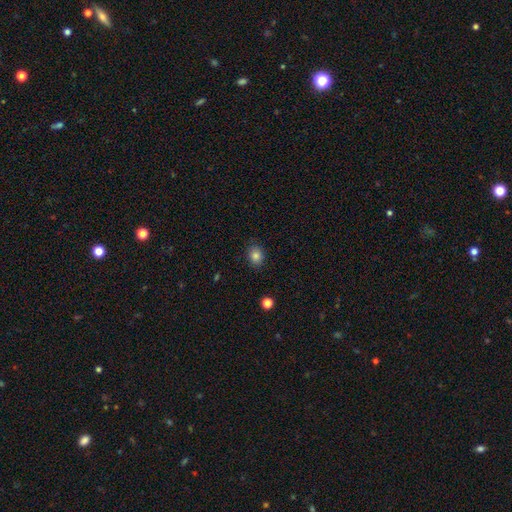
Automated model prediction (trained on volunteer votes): This appears to be a smooth galaxy with no disk features (84%) that is in between round and cigar-shaped (52%). Merging: none (86%).